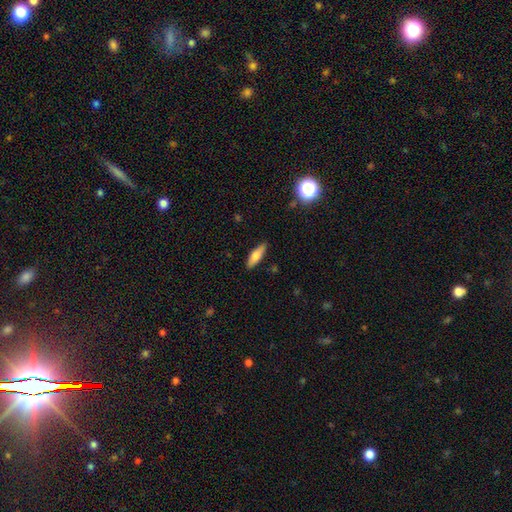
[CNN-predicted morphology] A smooth galaxy with no disk features (68%) that is cigar-shaped (49%, tied with in between). Merging: none (87%).